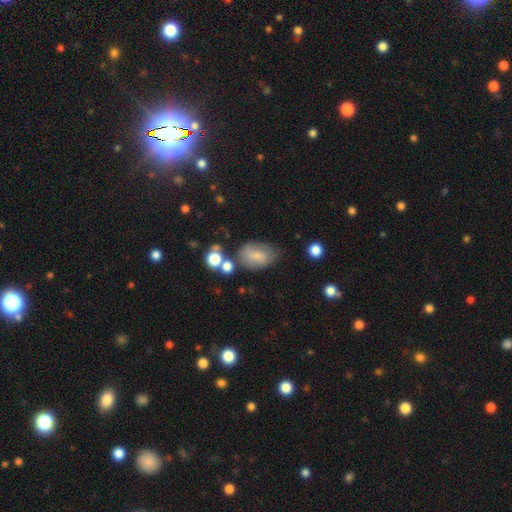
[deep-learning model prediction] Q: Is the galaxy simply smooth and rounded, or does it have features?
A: smooth — 69%.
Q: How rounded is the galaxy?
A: in between — 79%.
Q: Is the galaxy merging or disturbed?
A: none — 52%.